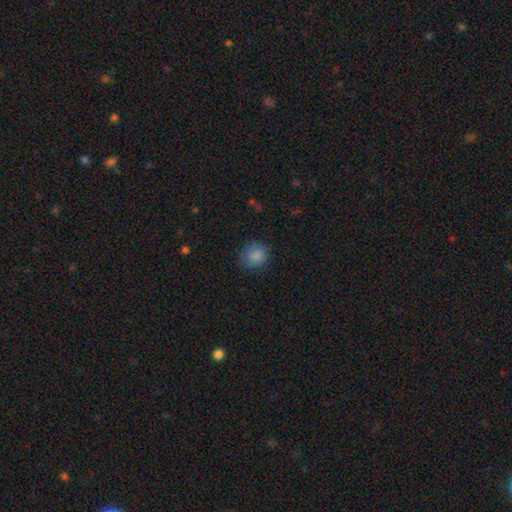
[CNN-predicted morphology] smooth 84%, star or artifact 9%, featured or disk 8%. Down the decision tree: how rounded — round (83%); merging — none (73%).